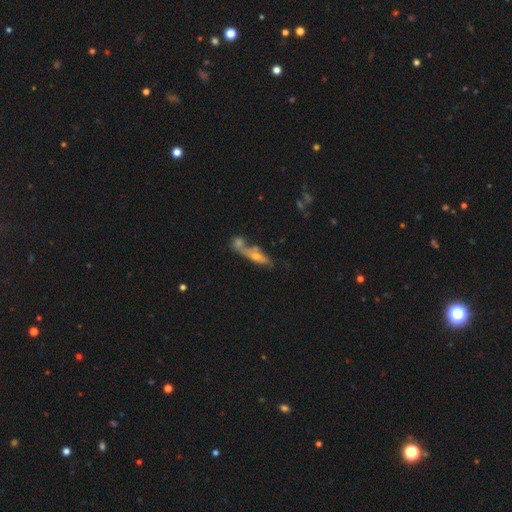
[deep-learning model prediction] smooth-or-featured: featured or disk: 47% | smooth: 41% | star or artifact: 12%
  merging: merger: 42% | none: 37% | minor disturbance: 13% | major disturbance: 8%